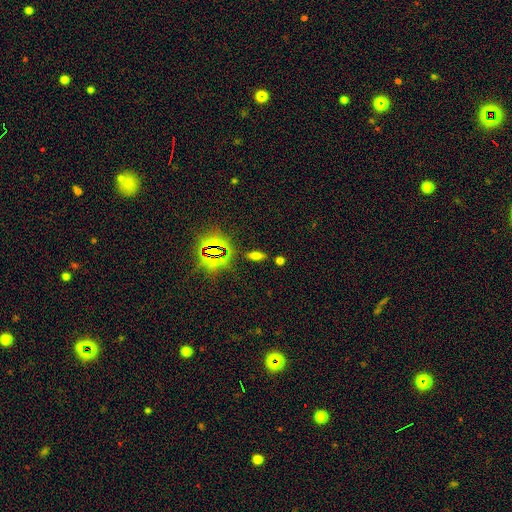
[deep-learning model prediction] A smooth galaxy with no disk features (52%) that is in between round and cigar-shaped (69%). Merging: none (80%).